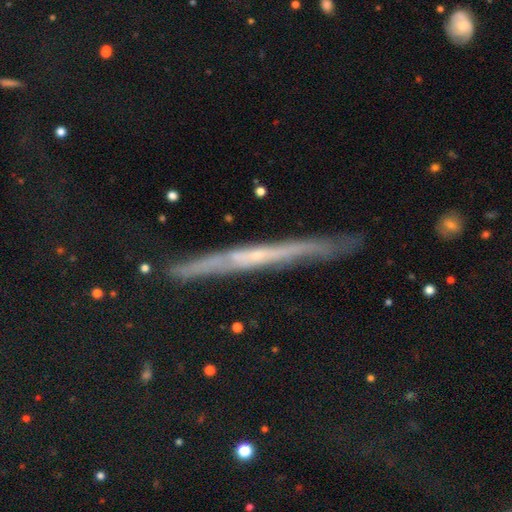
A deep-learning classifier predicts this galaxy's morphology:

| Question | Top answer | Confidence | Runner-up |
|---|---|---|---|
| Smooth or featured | featured or disk | 72% | smooth (20%) |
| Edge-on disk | yes | 92% | no (8%) |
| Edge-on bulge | none | 65% | rounded (30%) |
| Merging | none | 79% | minor disturbance (16%) |